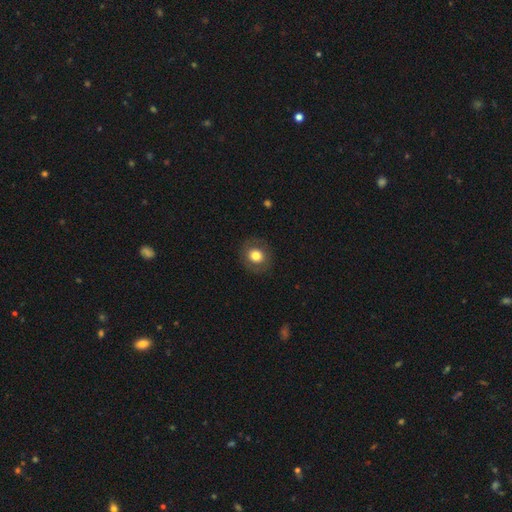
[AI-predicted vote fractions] Overall: smooth (75%). How rounded: round (80%). Merging: none (87%).